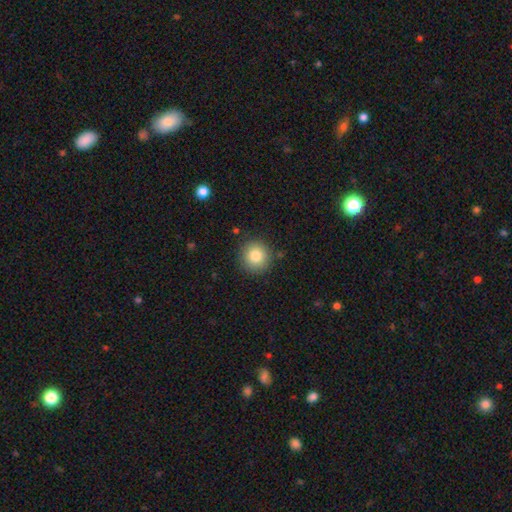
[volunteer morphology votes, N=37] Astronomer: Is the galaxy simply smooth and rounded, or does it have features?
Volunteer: smooth — 89%.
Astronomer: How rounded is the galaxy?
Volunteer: round — 100%.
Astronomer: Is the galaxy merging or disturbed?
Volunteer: none — 86%.